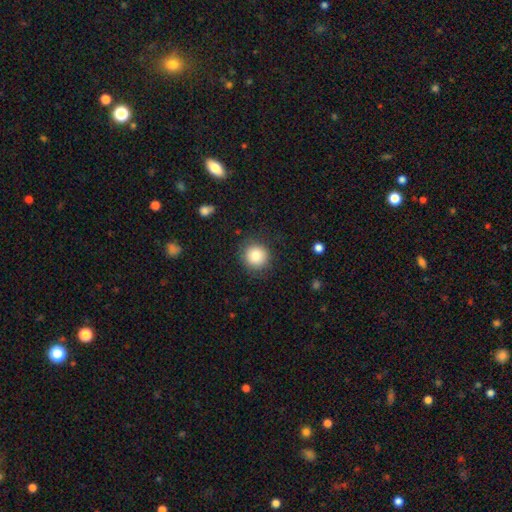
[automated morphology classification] A smooth galaxy with no disk features (83%) that is round (92%).

Vote fractions:
- Smooth or featured? smooth: 83% / star or artifact: 9% / featured or disk: 7%
- How rounded? round: 92% / in between: 7% / cigar-shaped: 1%
- Merging? none: 85% / minor disturbance: 10% / major disturbance: 4% / merger: 1%